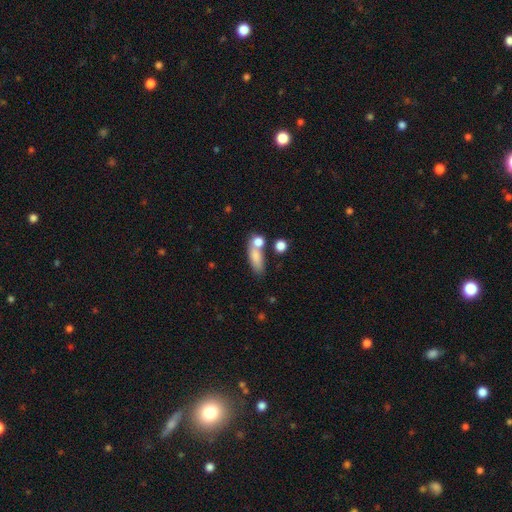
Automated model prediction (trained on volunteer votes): Overall: smooth (78%). How rounded: in between (61%; cigar-shaped 27%). Merging: none (46%; merger 31%).